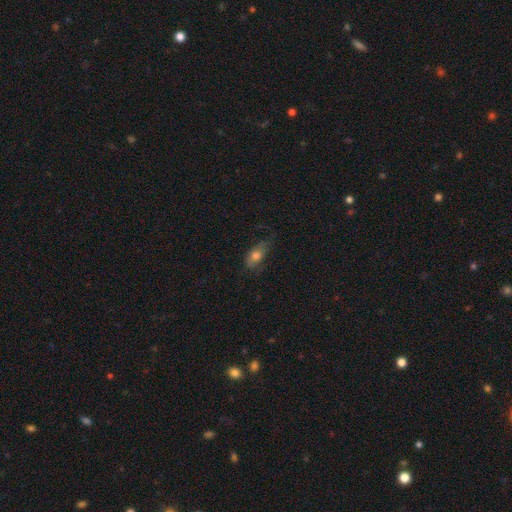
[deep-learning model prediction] smooth-or-featured: smooth: 72% | featured or disk: 19% | star or artifact: 9%
  how-rounded: in between: 82% | cigar-shaped: 11% | round: 8%
  merging: none: 49% | minor disturbance: 34% | major disturbance: 16% | merger: 2%